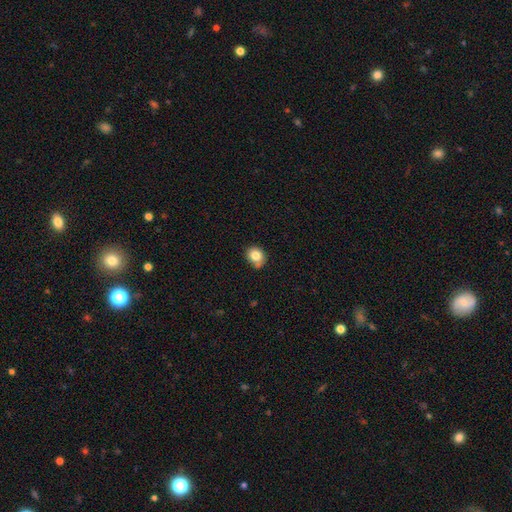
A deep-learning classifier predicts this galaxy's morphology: Smooth or featured: smooth — 81% (star or artifact — 10%)
How rounded: round — 75% (in between — 24%)
Merging: none — 69% (minor disturbance — 21%)